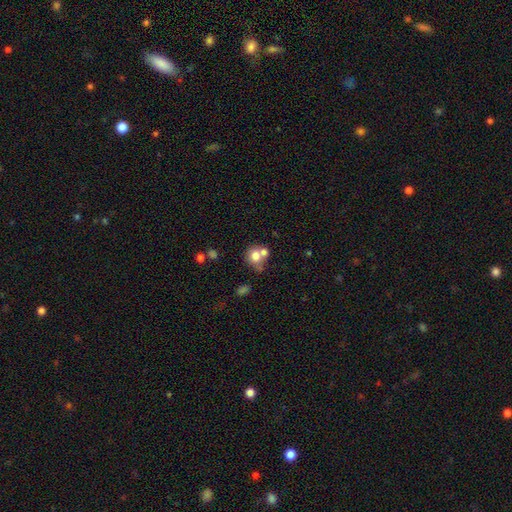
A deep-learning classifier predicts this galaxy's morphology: type=smooth (73%); roundness=round (73%); merging=merger (46%).